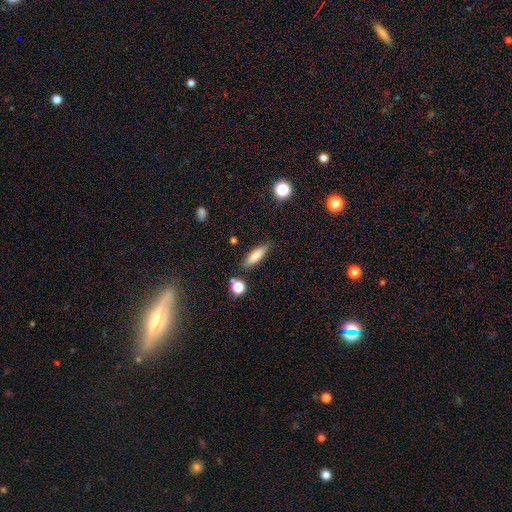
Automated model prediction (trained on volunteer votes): A smooth galaxy with no disk features (79%) that is cigar-shaped (52%). Merging: none (81%).